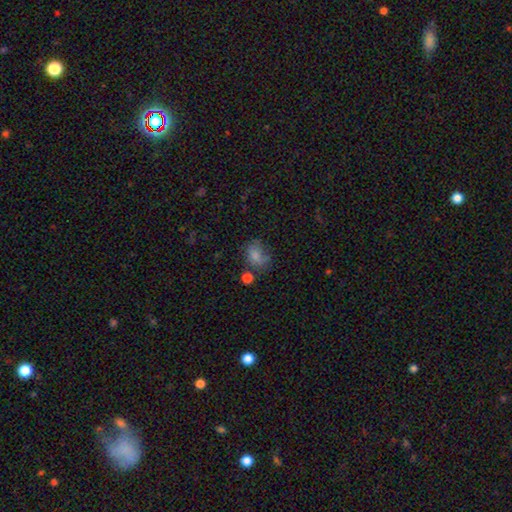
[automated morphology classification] Q: Smooth or featured?
A: smooth (72%); runner-up: featured or disk (16%)
Q: How rounded?
A: in between (63%); runner-up: round (36%)
Q: Merging?
A: none (44%); runner-up: minor disturbance (28%)